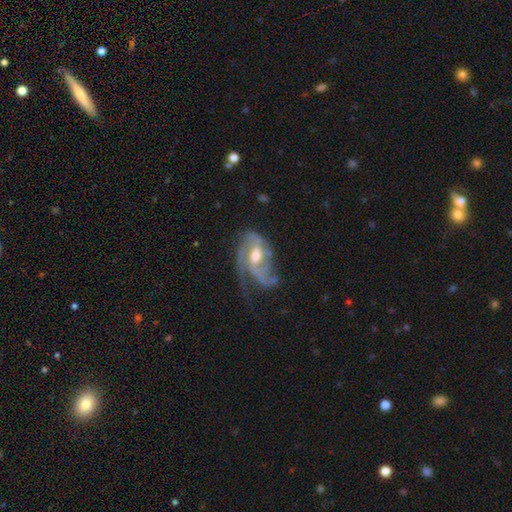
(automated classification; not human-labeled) Morphology: type=featured or disk (86%); edge-on=no (96%); bar=weak (45%); spiral arms=yes (93%); winding=medium (45%); arm count=2 (45%); bulge=moderate (71%); merging=major disturbance (38%).